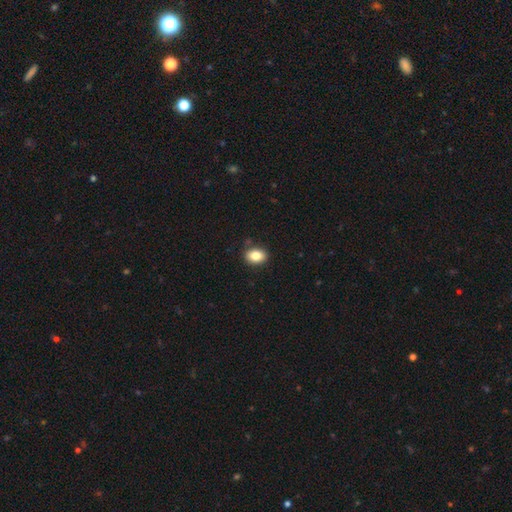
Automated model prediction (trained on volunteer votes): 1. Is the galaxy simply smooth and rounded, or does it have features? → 83% smooth, 9% star or artifact, 8% featured or disk.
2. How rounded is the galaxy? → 76% in between, 23% round, 1% cigar-shaped.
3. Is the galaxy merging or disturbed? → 87% none, 9% minor disturbance, 2% major disturbance, 2% merger.